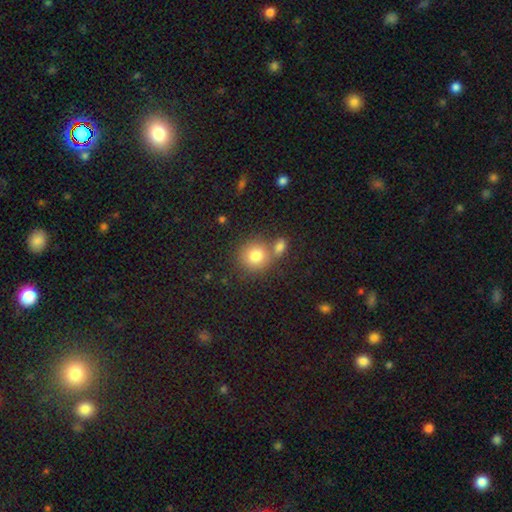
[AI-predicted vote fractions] smooth 80%, star or artifact 10%, featured or disk 10%. Down the decision tree: how rounded — round (86%); merging — none (57%).